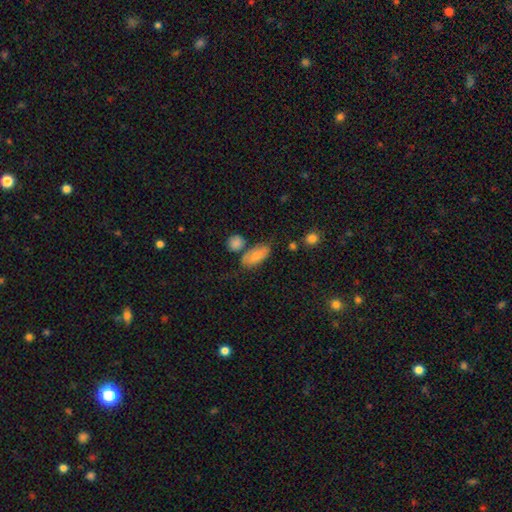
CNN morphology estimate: smooth-or-featured: smooth: 75% | featured or disk: 18% | star or artifact: 7%
  how-rounded: in between: 87% | cigar-shaped: 9% | round: 4%
  merging: none: 60% | minor disturbance: 21% | merger: 13% | major disturbance: 7%